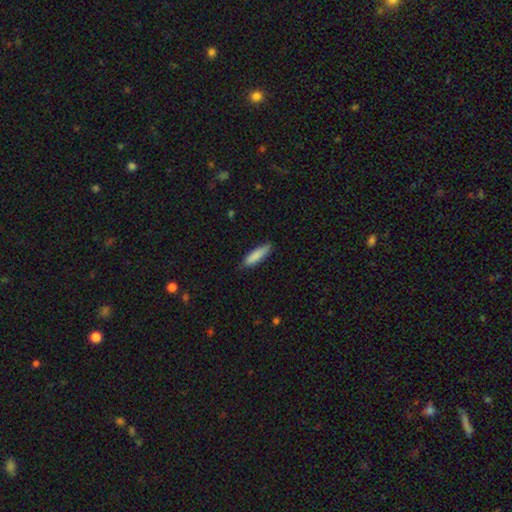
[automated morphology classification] A smooth galaxy with no disk features (85%) that is cigar-shaped (69%). Merging: none (82%).